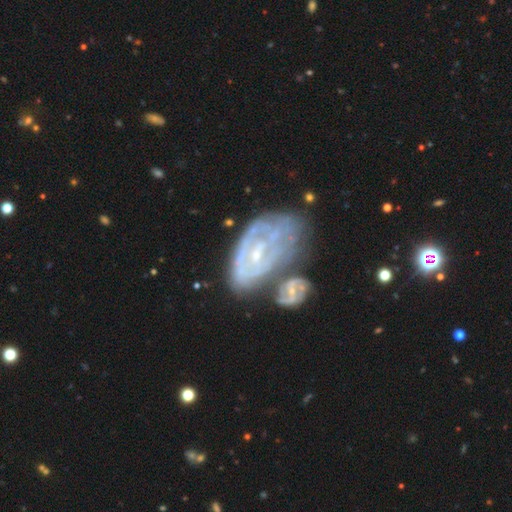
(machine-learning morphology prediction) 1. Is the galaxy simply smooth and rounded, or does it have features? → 79% featured or disk, 14% smooth, 7% star or artifact.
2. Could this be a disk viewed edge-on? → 95% no, 5% yes.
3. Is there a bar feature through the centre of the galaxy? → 46% no, 39% weak, 16% strong.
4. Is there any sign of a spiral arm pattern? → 77% yes, 23% no.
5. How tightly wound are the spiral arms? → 65% tight, 25% medium, 9% loose.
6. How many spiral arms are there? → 55% can't tell, 22% 2, 9% 3, 6% 1, 4% 4, 4% more than 4.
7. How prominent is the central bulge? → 72% small, 22% moderate, 4% none, 1% large, 1% dominant.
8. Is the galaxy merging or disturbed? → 39% merger, 29% none, 18% minor disturbance, 14% major disturbance.